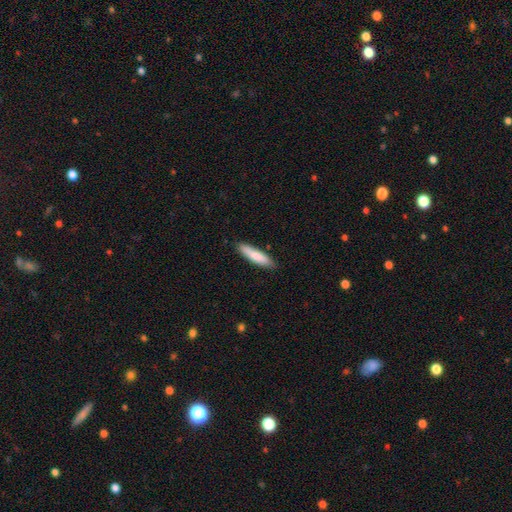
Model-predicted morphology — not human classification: type=smooth (81%); roundness=cigar-shaped (76%); merging=none (85%).